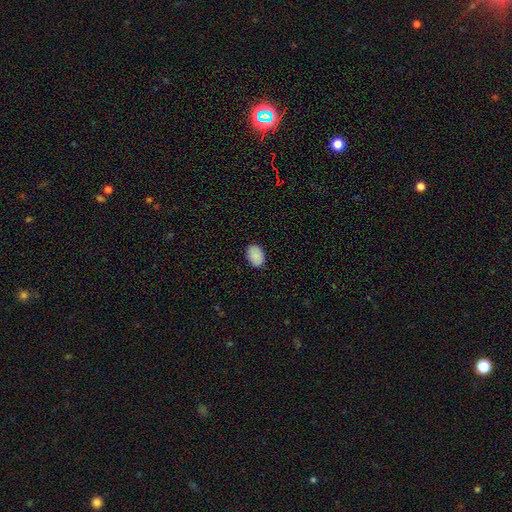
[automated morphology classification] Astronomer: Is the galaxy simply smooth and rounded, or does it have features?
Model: smooth — 90%.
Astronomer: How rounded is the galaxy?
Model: in between — 87%.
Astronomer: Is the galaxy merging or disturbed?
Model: none — 88%.